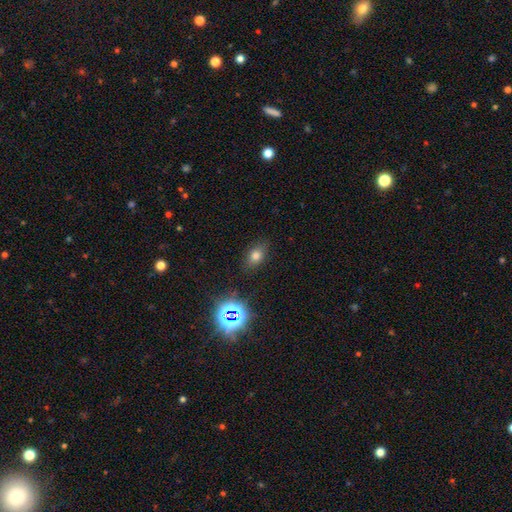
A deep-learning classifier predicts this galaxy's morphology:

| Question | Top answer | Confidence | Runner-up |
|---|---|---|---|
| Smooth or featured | smooth | 70% | star or artifact (20%) |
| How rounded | in between | 77% | round (20%) |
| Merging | none | 83% | minor disturbance (12%) |